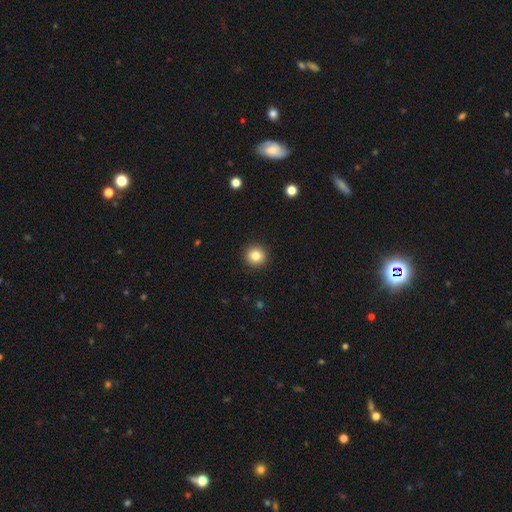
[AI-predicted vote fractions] A smooth galaxy with no disk features (84%) that is round (93%).

Vote fractions:
- Smooth or featured? smooth: 84% / star or artifact: 10% / featured or disk: 7%
- How rounded? round: 93% / in between: 6% / cigar-shaped: 1%
- Merging? none: 92% / minor disturbance: 5% / major disturbance: 2% / merger: 1%